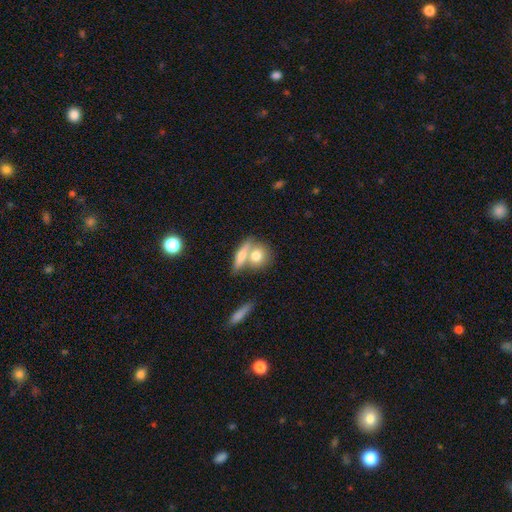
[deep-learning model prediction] smooth_or_featured: smooth (p=0.71) [alt: featured or disk p=0.22]
how_rounded: round (p=0.47) [alt: in between p=0.38]
merging: merger (p=0.48) [alt: none p=0.40]